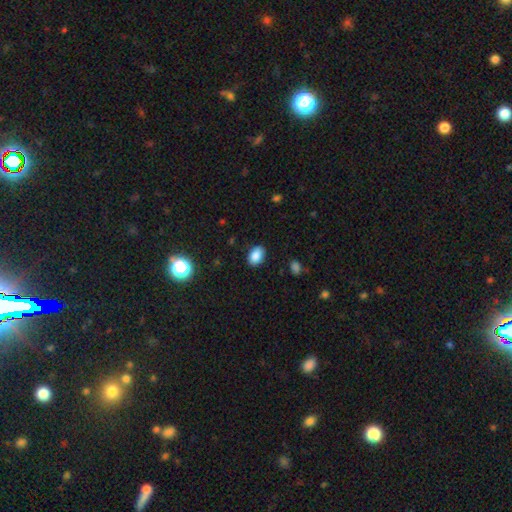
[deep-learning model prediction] This appears to be a smooth galaxy with no disk features (86%) that is in between round and cigar-shaped (83%). Merging: none (86%).